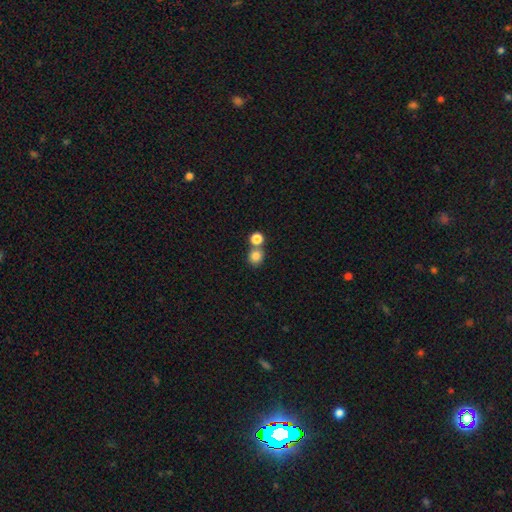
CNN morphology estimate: type=smooth (82%); roundness=round (83%); merging=none (56%).